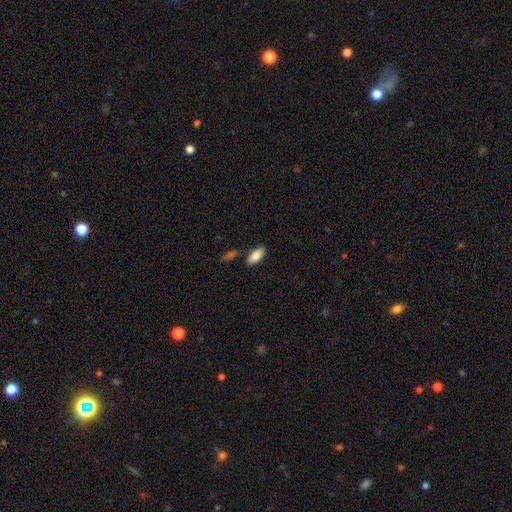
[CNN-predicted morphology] Q: Smooth or featured?
A: smooth (86%); runner-up: featured or disk (8%)
Q: How rounded?
A: in between (88%); runner-up: cigar-shaped (10%)
Q: Merging?
A: none (79%); runner-up: minor disturbance (13%)